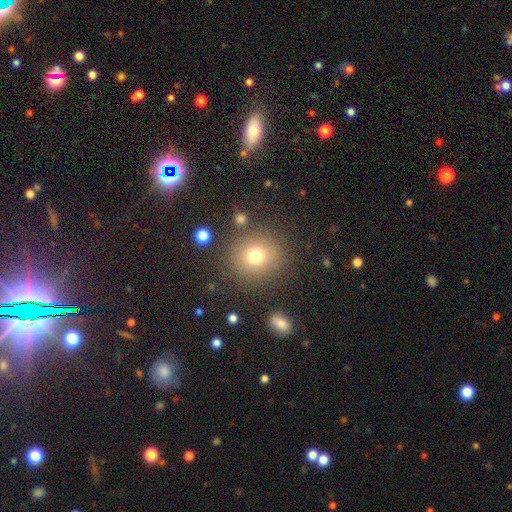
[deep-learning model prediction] Overall: smooth (74%). How rounded: round (89%). Merging: none (84%).